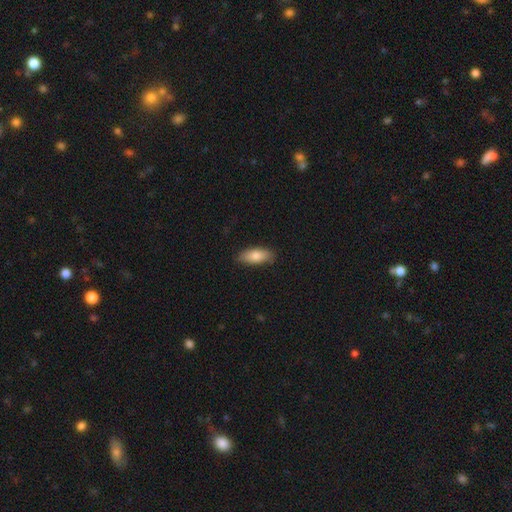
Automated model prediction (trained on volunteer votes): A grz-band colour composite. It shows a smooth galaxy with no disk features (81%) that is in between round and cigar-shaped (84%). Merging: none (85%).